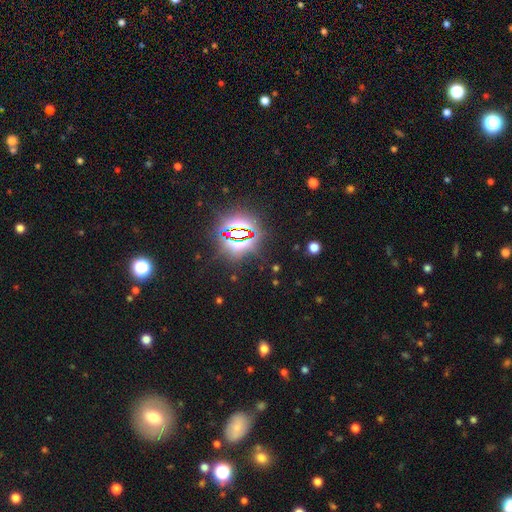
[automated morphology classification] star or artifact 79%, smooth 14%, featured or disk 7%.